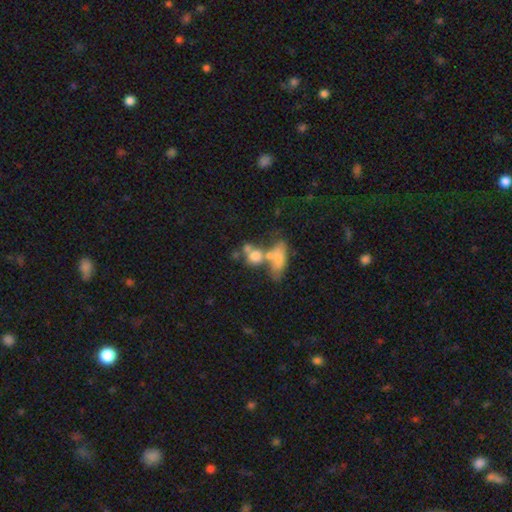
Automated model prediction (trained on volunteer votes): Morphology: type=smooth (62%); roundness=round (46%); merging=merger (48%).